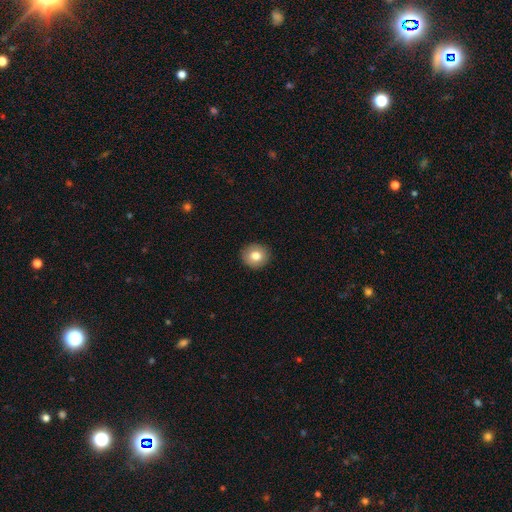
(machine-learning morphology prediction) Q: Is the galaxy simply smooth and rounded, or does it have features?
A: smooth — 80%.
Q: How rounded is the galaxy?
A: round — 86%.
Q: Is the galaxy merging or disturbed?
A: none — 91%.